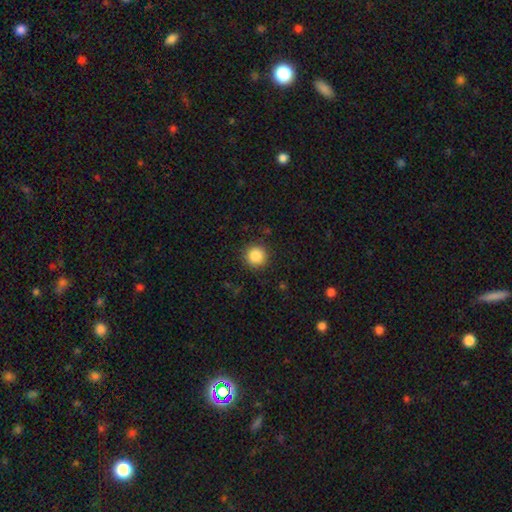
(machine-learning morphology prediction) This appears to be a smooth galaxy with no disk features (86%) that is round (95%). Merging: none (90%).